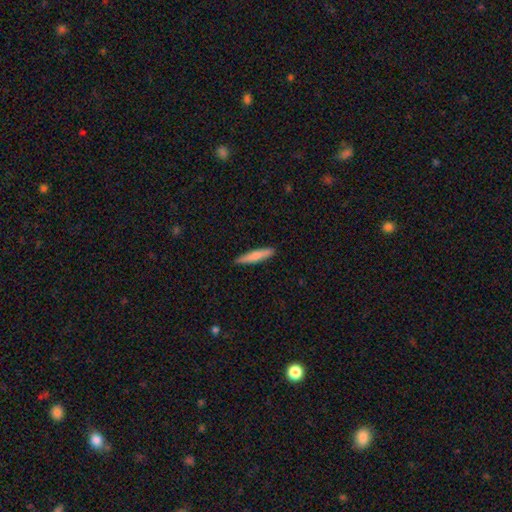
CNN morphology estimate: smooth_or_featured: smooth (p=0.73) [alt: featured or disk p=0.22]
how_rounded: cigar-shaped (p=0.89) [alt: in between p=0.09]
merging: none (p=0.89) [alt: minor disturbance p=0.08]